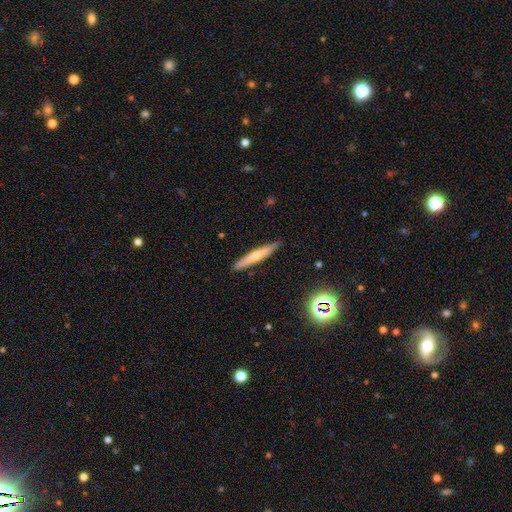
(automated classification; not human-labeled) smooth-or-featured: smooth: 56% | featured or disk: 38% | star or artifact: 6%
  how-rounded: cigar-shaped: 94% | in between: 4% | round: 1%
  merging: none: 88% | minor disturbance: 9% | major disturbance: 1% | merger: 1%